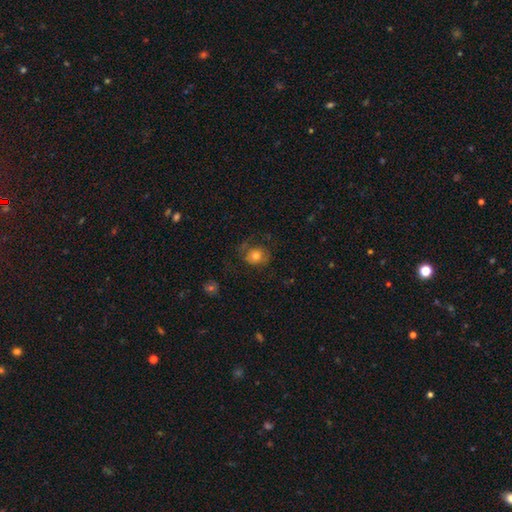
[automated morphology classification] The model was most divided on "merging": none: 59%, minor disturbance: 22%, major disturbance: 17%, merger: 2%. More confident: smooth or featured — smooth (71%); how rounded — round (70%).